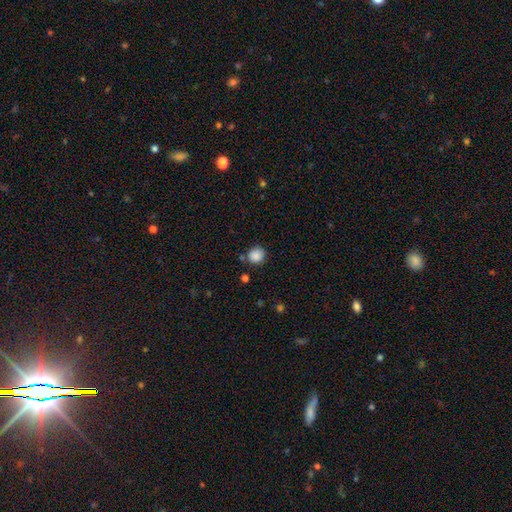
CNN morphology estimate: This is clearly a smooth galaxy (87%). How rounded: clearly round (85%). Merging: likely none (77%).